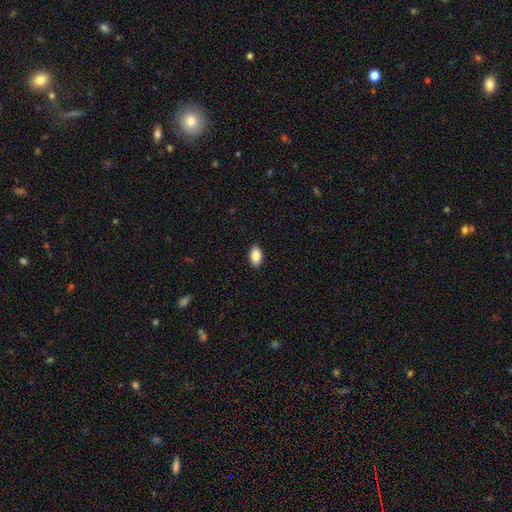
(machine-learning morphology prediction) The model was most divided on "merging": none: 89%, minor disturbance: 8%, major disturbance: 2%, merger: 1%. More confident: how rounded — in between (94%); smooth or featured — smooth (89%).